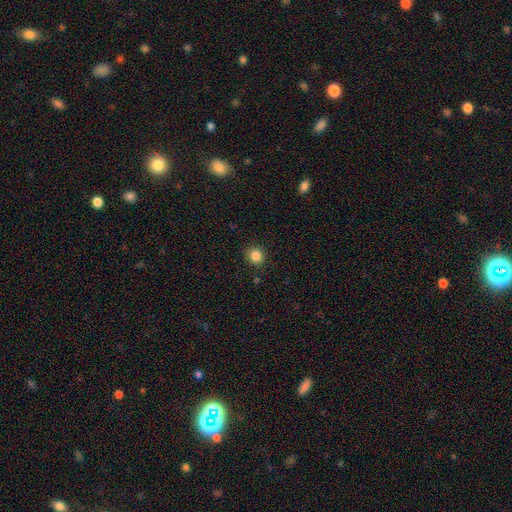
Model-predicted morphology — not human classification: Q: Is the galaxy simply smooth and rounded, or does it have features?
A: smooth — 85%.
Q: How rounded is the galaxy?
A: round — 86%.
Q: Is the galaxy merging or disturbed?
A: none — 88%.